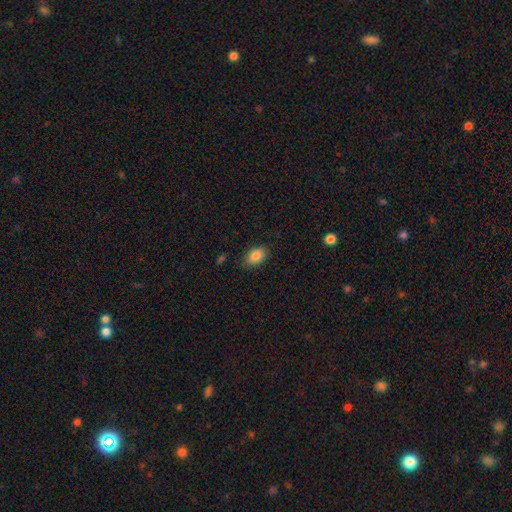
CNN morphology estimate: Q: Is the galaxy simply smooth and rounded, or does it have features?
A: smooth — 85%.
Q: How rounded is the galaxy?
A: in between — 87%.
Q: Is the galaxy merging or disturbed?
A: none — 84%.